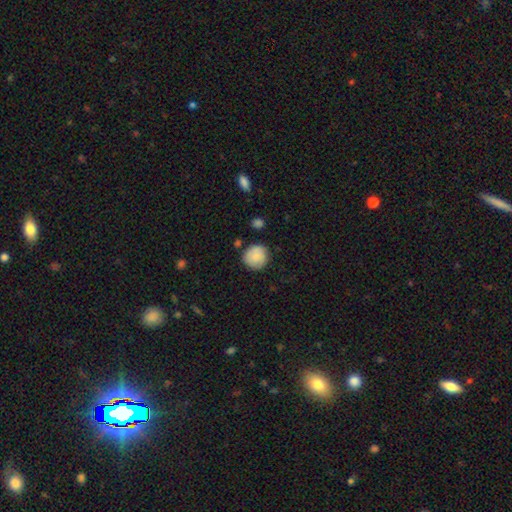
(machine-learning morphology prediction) smooth 79%, featured or disk 14%, star or artifact 7%. Down the decision tree: how rounded — round (92%); merging — none (79%).